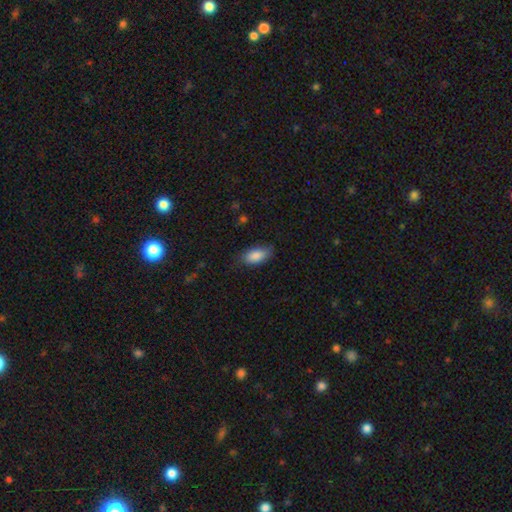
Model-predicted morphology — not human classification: type=smooth (86%); roundness=in between (91%); merging=none (71%).